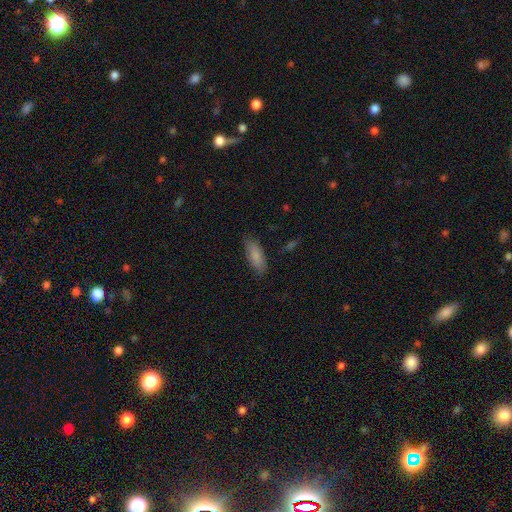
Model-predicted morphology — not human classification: type=smooth (85%); roundness=in between (73%); merging=none (82%).